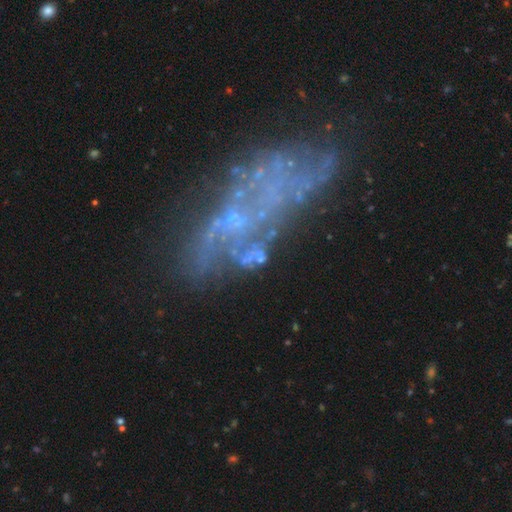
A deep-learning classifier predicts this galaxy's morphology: This appears to be a featured or disk galaxy (52%). Merging: none (36%).